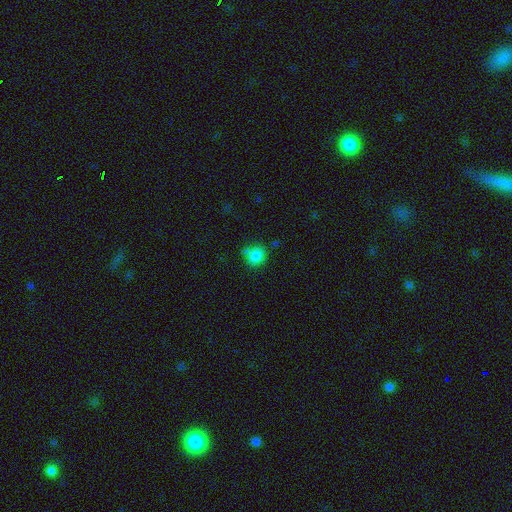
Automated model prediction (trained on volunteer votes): smooth-or-featured: smooth: 84% | star or artifact: 11% | featured or disk: 5%
  how-rounded: round: 82% | in between: 17% | cigar-shaped: 1%
  merging: none: 63% | minor disturbance: 20% | merger: 12% | major disturbance: 6%